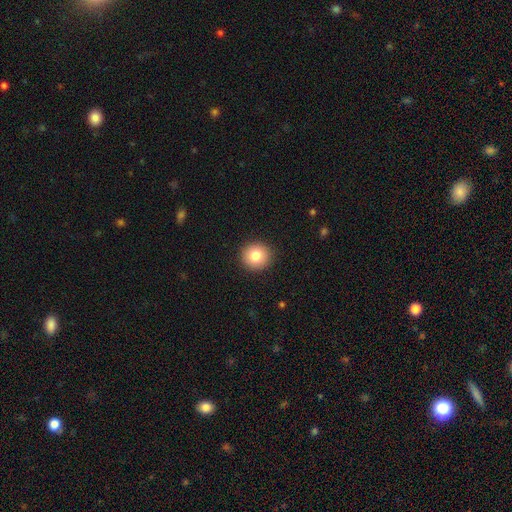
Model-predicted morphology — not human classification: Smooth or featured? Predicted: smooth (p=0.81). How rounded? Predicted: round (p=0.92). Merging? Predicted: none (p=0.92).